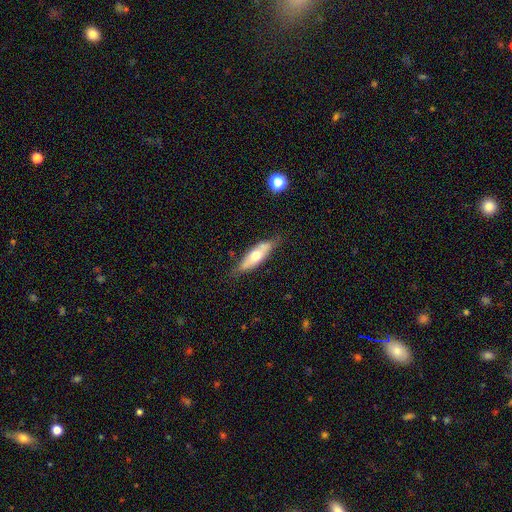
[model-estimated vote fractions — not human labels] Smooth or featured: smooth — 52% (featured or disk — 42%)
How rounded: in between — 52% (cigar-shaped — 46%)
Merging: none — 71% (minor disturbance — 22%)